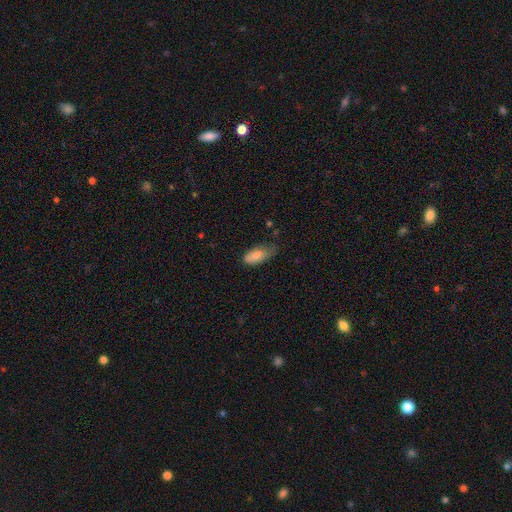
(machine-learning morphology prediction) smooth-or-featured: smooth: 81% | featured or disk: 13% | star or artifact: 6%
  how-rounded: in between: 89% | cigar-shaped: 9% | round: 3%
  merging: minor disturbance: 42% (tied) | none: 42% (tied) | major disturbance: 14% | merger: 2%